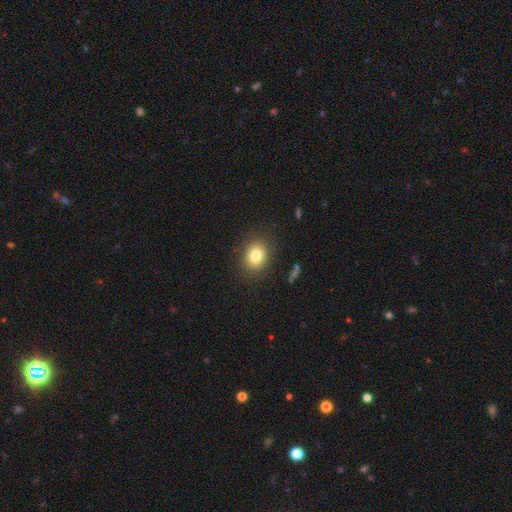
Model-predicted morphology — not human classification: smooth_or_featured: smooth (p=0.81) [alt: star or artifact p=0.10]
how_rounded: round (p=0.52) [alt: in between p=0.47]
merging: none (p=0.86) [alt: minor disturbance p=0.09]